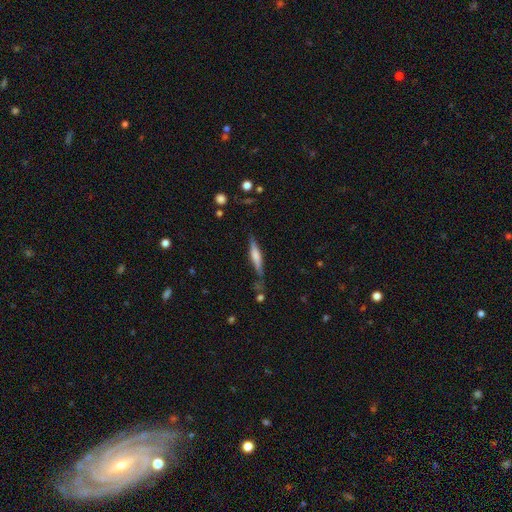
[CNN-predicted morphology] Overall: featured or disk (51%; smooth 42%). Edge-on disk: yes (94%). Merging: none (72%).